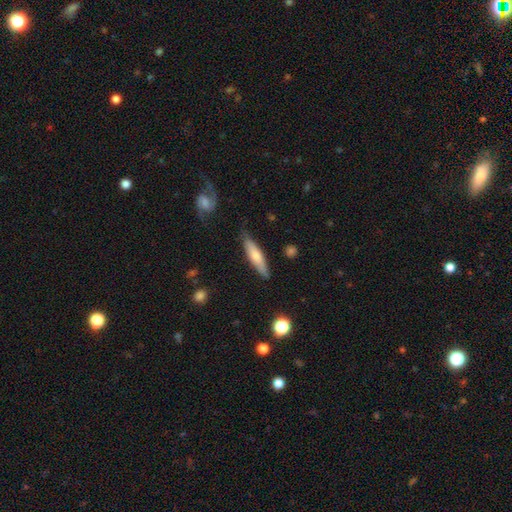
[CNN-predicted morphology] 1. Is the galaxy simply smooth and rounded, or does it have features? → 66% smooth, 29% featured or disk, 6% star or artifact.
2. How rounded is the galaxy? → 77% cigar-shaped, 21% in between, 2% round.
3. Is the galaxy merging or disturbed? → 80% none, 16% minor disturbance, 3% major disturbance, 2% merger.